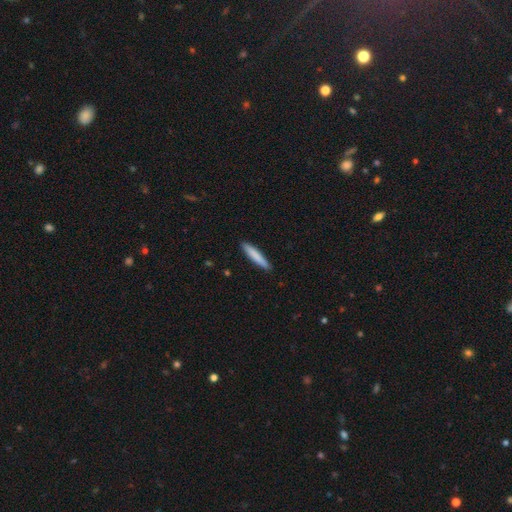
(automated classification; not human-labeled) smooth-or-featured: smooth: 81% | featured or disk: 14% | star or artifact: 5%
  how-rounded: cigar-shaped: 92% | in between: 7% | round: 1%
  merging: none: 91% | minor disturbance: 7% | major disturbance: 1% | merger: 1%